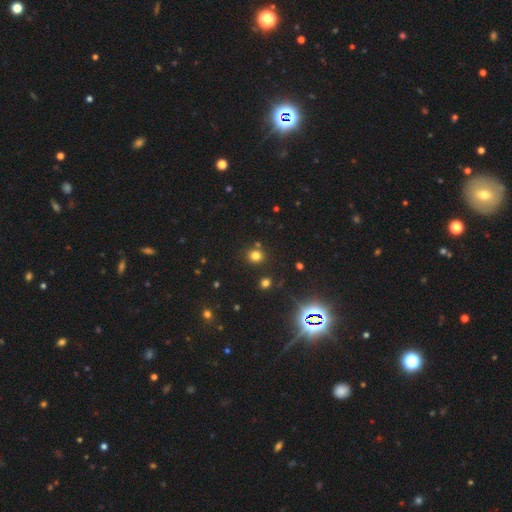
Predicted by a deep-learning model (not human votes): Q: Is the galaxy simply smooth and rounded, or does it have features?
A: smooth — 74%.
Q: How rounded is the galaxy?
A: round — 86%.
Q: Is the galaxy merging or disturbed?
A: none — 82%.